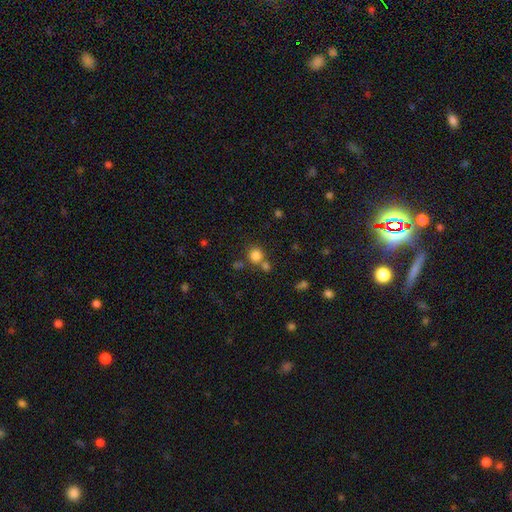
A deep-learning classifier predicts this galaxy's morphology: Smooth or featured? smooth (81%)
How rounded? round (86%)
Merging? none (63%)